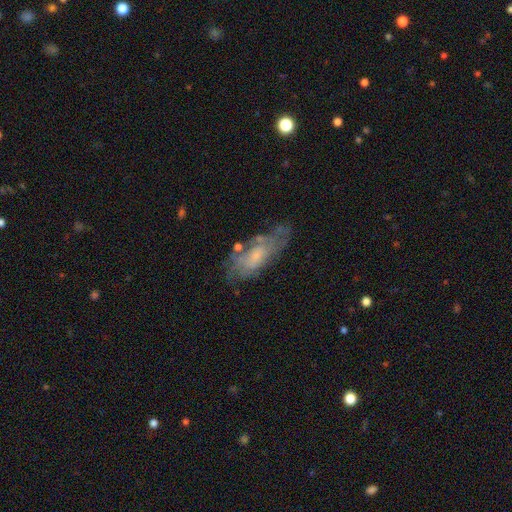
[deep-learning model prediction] featured or disk 60%, smooth 31%, star or artifact 9%. Down the decision tree: edge-on disk — no (86%); bar — no (75%); spiral arms — yes (65%); bulge size — small (63%); merging — none (59%).